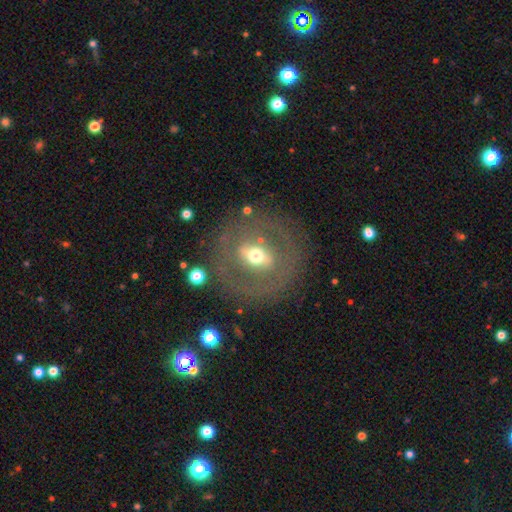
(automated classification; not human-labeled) Q: Smooth or featured?
A: featured or disk (64%); runner-up: smooth (27%)
Q: Edge-on disk?
A: no (89%); runner-up: yes (11%)
Q: Bar?
A: strong (41%); runner-up: weak (32%)
Q: Spiral arms?
A: no (75%); runner-up: yes (25%)
Q: Bulge size?
A: moderate (67%); runner-up: small (19%)
Q: Merging?
A: none (77%); runner-up: minor disturbance (12%)